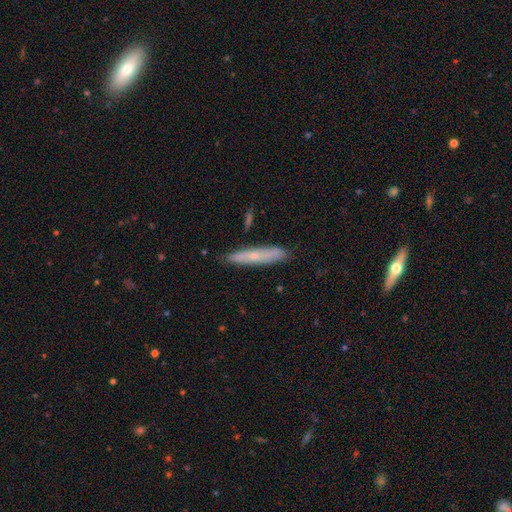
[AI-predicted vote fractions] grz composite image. It shows a smooth galaxy with no disk features (51%) that is cigar-shaped (91%). Merging: none (85%).